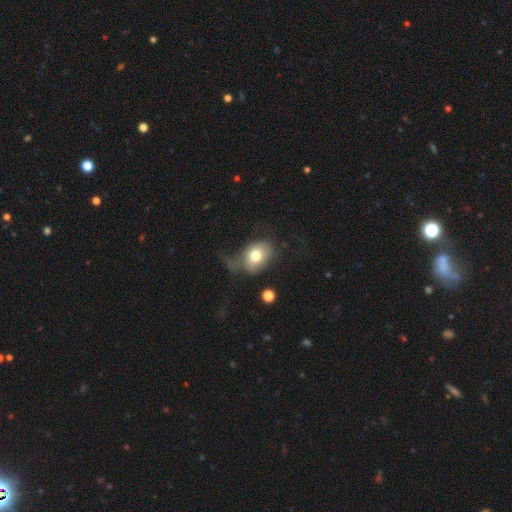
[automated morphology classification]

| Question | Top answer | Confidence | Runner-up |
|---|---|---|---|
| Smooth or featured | smooth | 72% | featured or disk (19%) |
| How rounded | in between | 62% | round (36%) |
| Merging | none | 37% | minor disturbance (30%) |